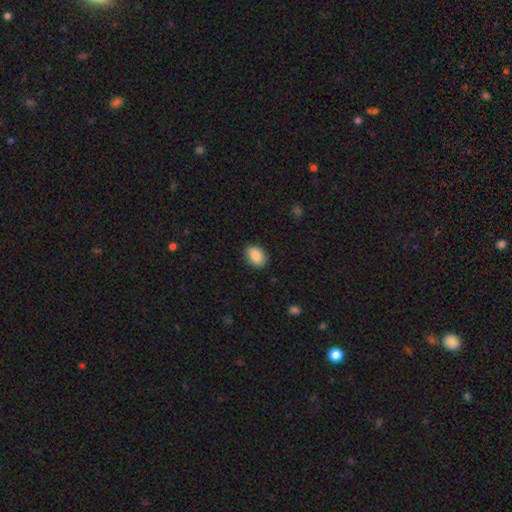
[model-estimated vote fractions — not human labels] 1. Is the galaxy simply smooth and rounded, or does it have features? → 89% smooth, 7% star or artifact, 4% featured or disk.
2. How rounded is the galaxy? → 80% in between, 19% round, 1% cigar-shaped.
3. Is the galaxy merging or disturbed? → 85% none, 11% minor disturbance, 2% major disturbance, 1% merger.